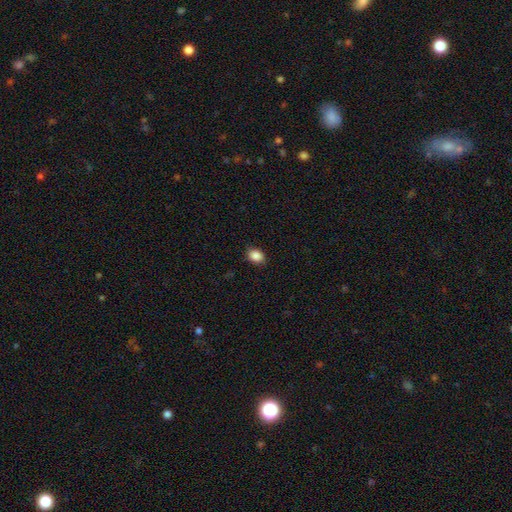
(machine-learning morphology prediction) The model was most divided on "how rounded": in between: 63%, round: 36%, cigar-shaped: 1%. More confident: smooth or featured — smooth (88%); merging — none (86%).